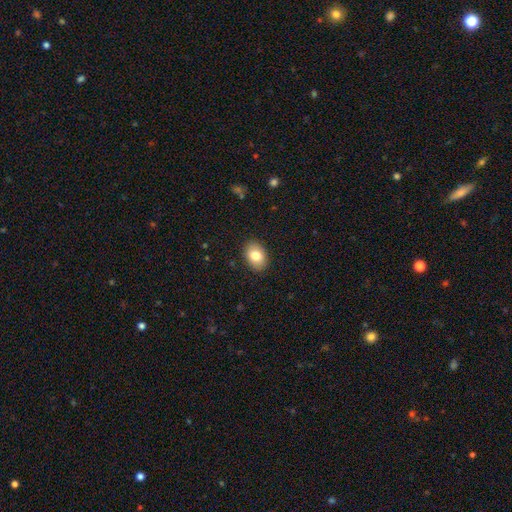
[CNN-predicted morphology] Smooth or featured: smooth — 81% (featured or disk — 11%)
How rounded: in between — 79% (round — 20%)
Merging: none — 89% (minor disturbance — 8%)